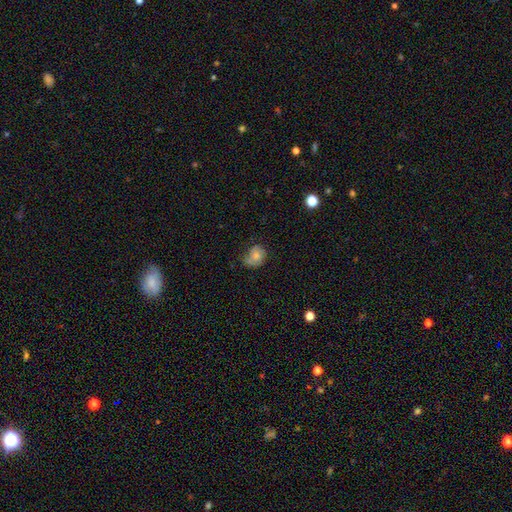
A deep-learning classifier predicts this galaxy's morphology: smooth_or_featured: smooth (p=0.62) [alt: featured or disk p=0.28]
how_rounded: round (p=0.55) [alt: in between p=0.44]
merging: none (p=0.48) [alt: minor disturbance p=0.35]